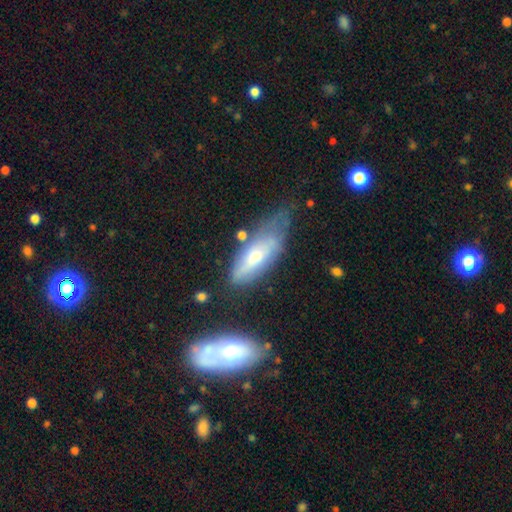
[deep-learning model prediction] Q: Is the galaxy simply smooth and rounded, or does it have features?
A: smooth — 51%.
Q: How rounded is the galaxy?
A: in between — 66%.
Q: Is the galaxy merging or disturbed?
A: none — 40%.